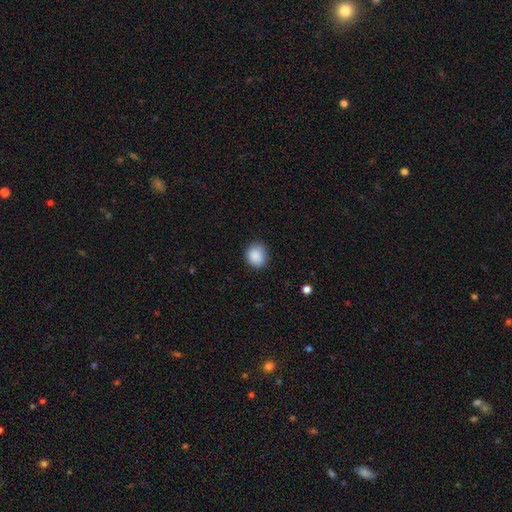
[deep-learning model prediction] This is clearly a smooth galaxy (89%). How rounded: likely round (78%). Merging: clearly none (81%).